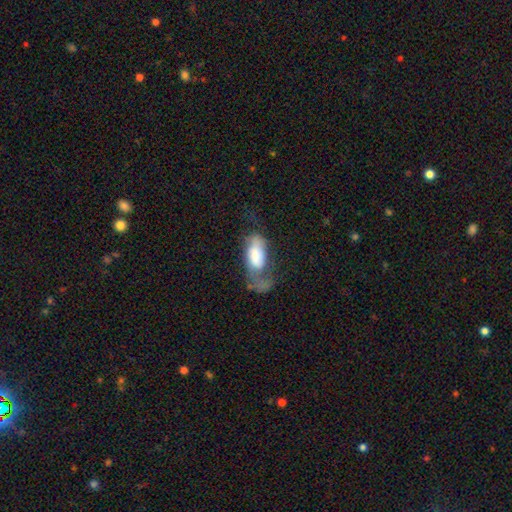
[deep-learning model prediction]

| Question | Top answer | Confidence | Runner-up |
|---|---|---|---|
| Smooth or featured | smooth | 63% | featured or disk (30%) |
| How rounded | in between | 90% | cigar-shaped (8%) |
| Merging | major disturbance | 53% | minor disturbance (20%) |